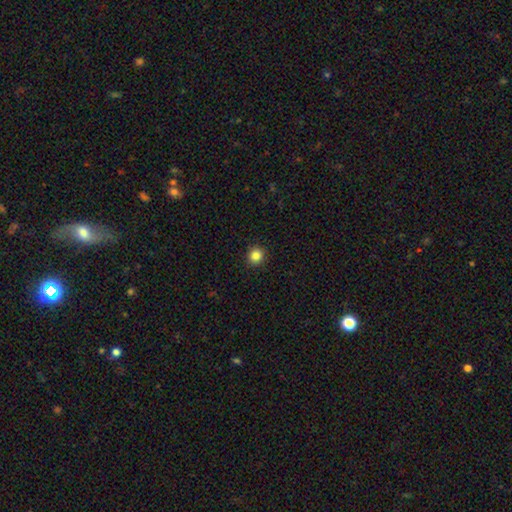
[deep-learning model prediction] A smooth galaxy with no disk features (85%) that is round (90%). Merging: none (92%).